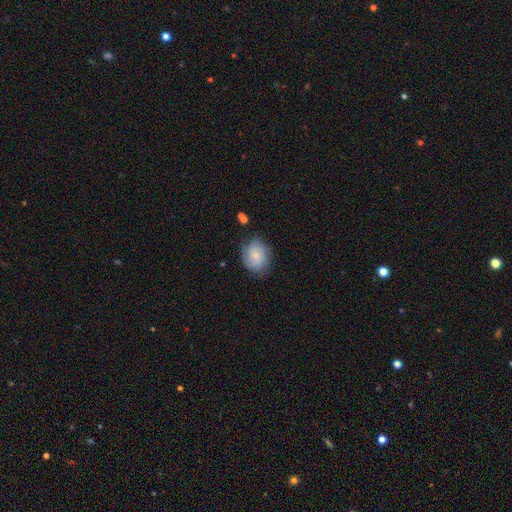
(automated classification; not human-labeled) Overall: smooth (54%; featured or disk 38%). How rounded: round (50%; in between 49%). Merging: none (70%).